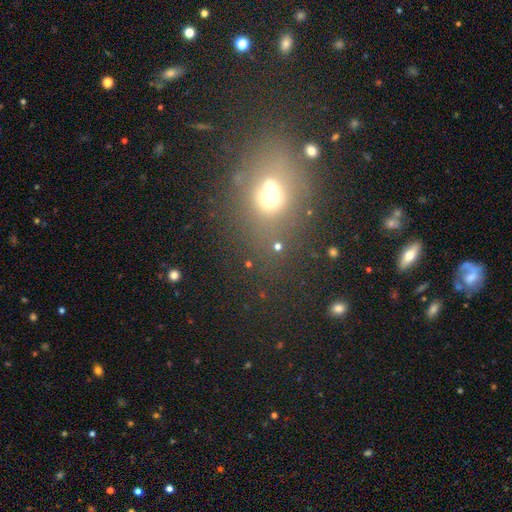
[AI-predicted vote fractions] The model was most divided on "how rounded": in between: 51%, round: 46%, cigar-shaped: 3%. More confident: merging — none (77%); smooth or featured — smooth (52%).